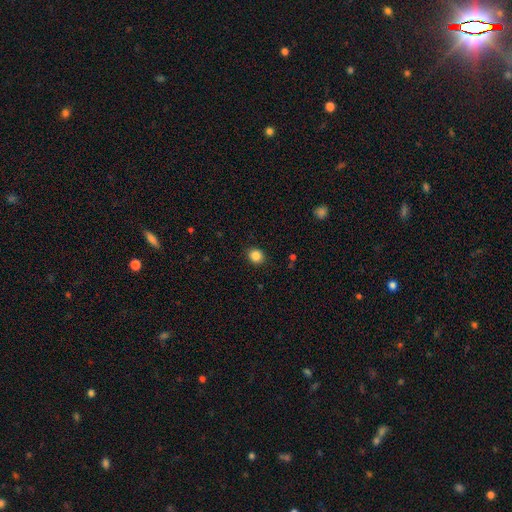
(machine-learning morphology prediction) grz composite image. It shows a smooth galaxy with no disk features (86%) that is round (82%). Merging: none (90%).